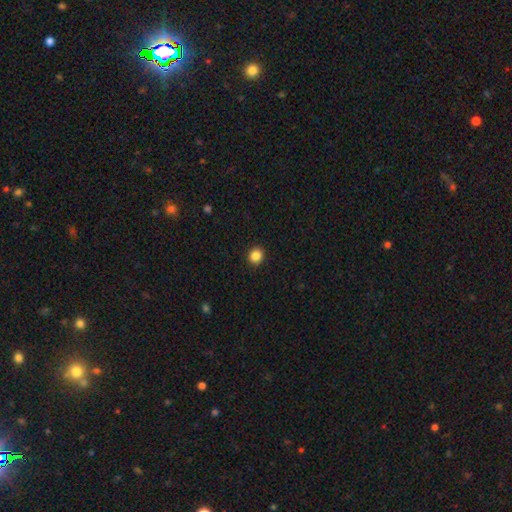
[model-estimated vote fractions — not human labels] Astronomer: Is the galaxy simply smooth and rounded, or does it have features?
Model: smooth — 86%.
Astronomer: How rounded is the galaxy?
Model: round — 85%.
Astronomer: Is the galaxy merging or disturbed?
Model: none — 92%.